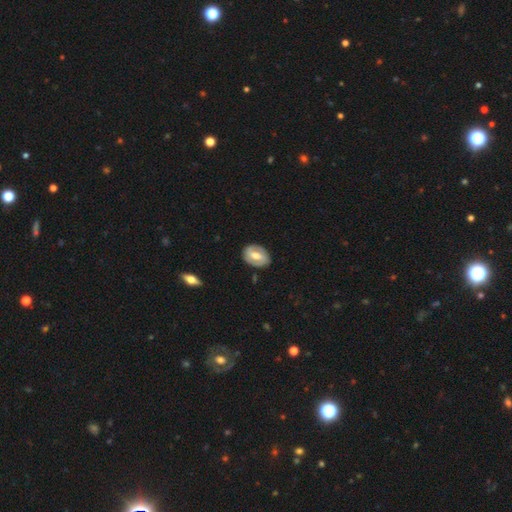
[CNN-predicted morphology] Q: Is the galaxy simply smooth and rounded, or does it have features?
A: featured or disk — 54%.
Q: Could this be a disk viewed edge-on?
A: no — 94%.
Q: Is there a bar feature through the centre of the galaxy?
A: weak — 43%.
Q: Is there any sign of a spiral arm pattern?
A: yes — 53%.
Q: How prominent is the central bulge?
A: moderate — 66%.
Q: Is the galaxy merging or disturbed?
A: none — 82%.